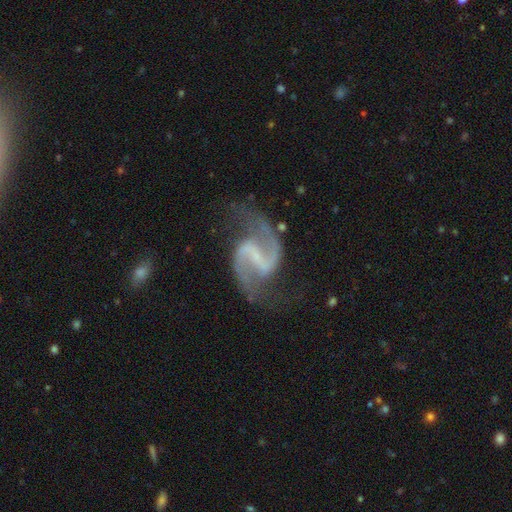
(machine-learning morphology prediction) Q: Smooth or featured?
A: featured or disk (93%); runner-up: star or artifact (4%)
Q: Edge-on disk?
A: no (98%); runner-up: yes (2%)
Q: Bar?
A: strong (47%); runner-up: weak (40%)
Q: Spiral arms?
A: yes (98%); runner-up: no (2%)
Q: Spiral winding?
A: medium (49%); runner-up: loose (43%)
Q: Spiral arm count?
A: 2 (95%); runner-up: can't tell (1%)
Q: Bulge size?
A: small (50%); runner-up: none (40%)
Q: Merging?
A: none (75%); runner-up: minor disturbance (15%)